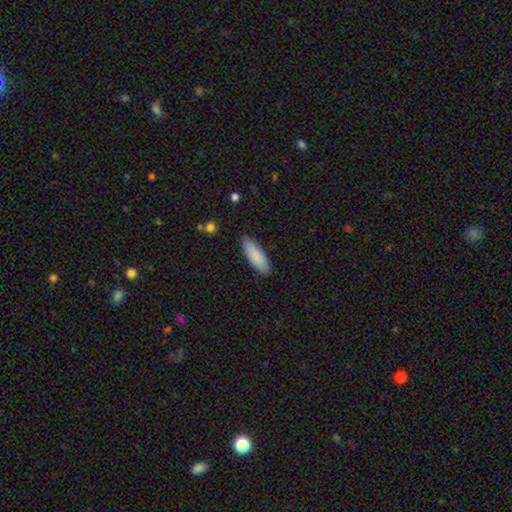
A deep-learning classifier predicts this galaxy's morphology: This is clearly a smooth galaxy (87%). How rounded: possibly in between (56%). Merging: clearly none (85%).